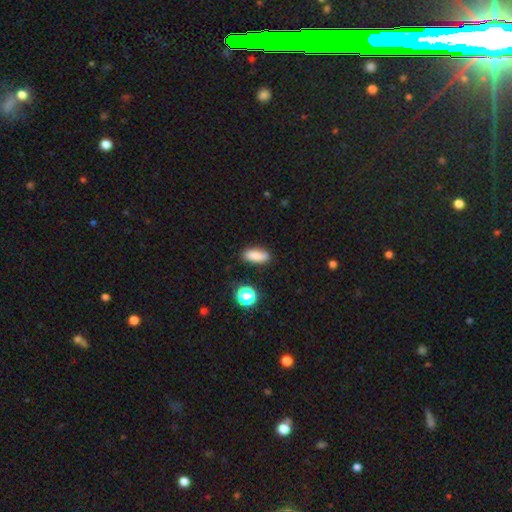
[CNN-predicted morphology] Q: Smooth or featured?
A: smooth (85%); runner-up: star or artifact (10%)
Q: How rounded?
A: in between (76%); runner-up: cigar-shaped (20%)
Q: Merging?
A: none (85%); runner-up: minor disturbance (10%)